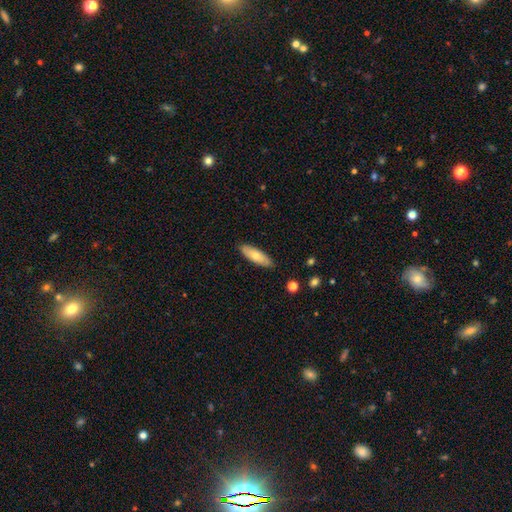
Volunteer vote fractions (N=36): This is likely a smooth galaxy (61%). How rounded: possibly cigar-shaped (55%). Merging: likely none (77%).